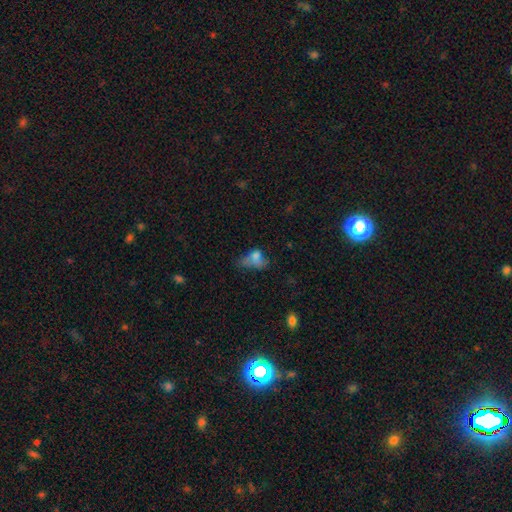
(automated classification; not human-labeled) Smooth or featured?
  - smooth: 63% *
  - featured or disk: 22%
  - star or artifact: 15%
How rounded?
  - in between: 78% *
  - round: 17%
  - cigar-shaped: 5%
Merging?
  - major disturbance: 39% *
  - none: 23%
  - minor disturbance: 22%
  - merger: 17%